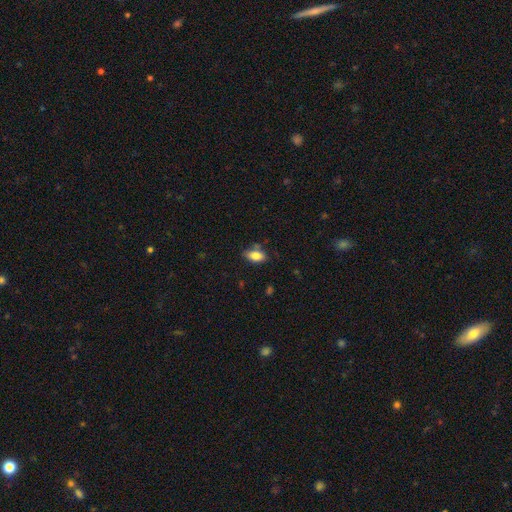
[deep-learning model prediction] Smooth or featured? smooth (82%)
How rounded? in between (90%)
Merging? none (72%)